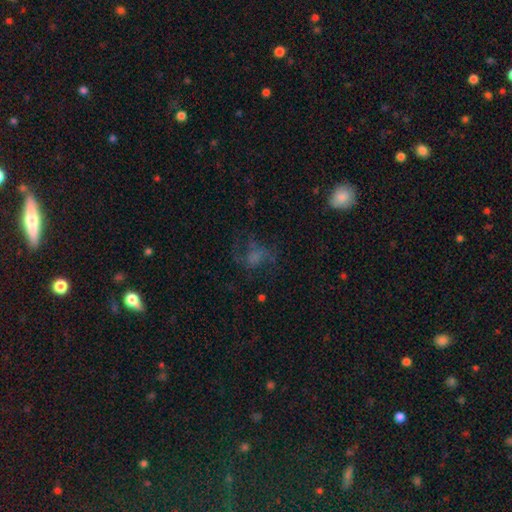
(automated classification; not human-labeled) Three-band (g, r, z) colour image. It shows a smooth galaxy with no disk features (43%). Merging: none (45%).